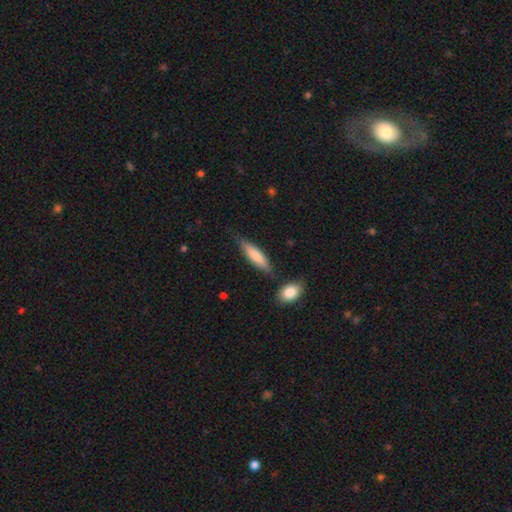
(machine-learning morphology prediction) A smooth galaxy with no disk features (73%) that is cigar-shaped (72%).

Vote fractions:
- Smooth or featured? smooth: 73% / featured or disk: 21% / star or artifact: 6%
- How rounded? cigar-shaped: 72% / in between: 26% / round: 2%
- Merging? none: 74% / minor disturbance: 16% / merger: 6% / major disturbance: 4%